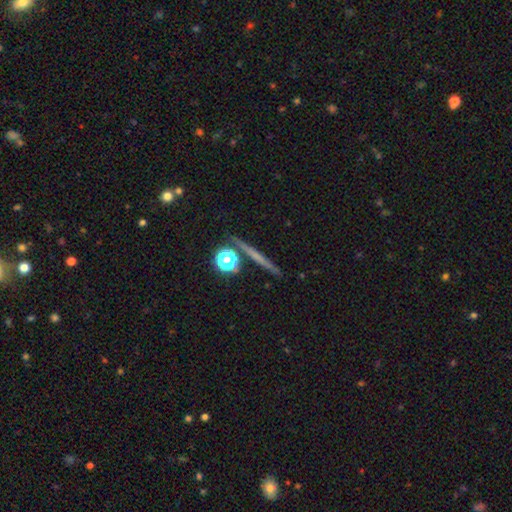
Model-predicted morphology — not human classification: type=featured or disk (43%); merging=none (86%).